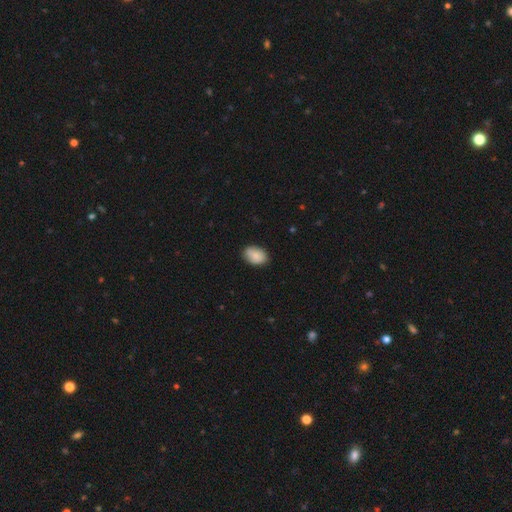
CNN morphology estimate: smooth 86%, featured or disk 8%, star or artifact 6%. Down the decision tree: how rounded — in between (87%); merging — none (83%).